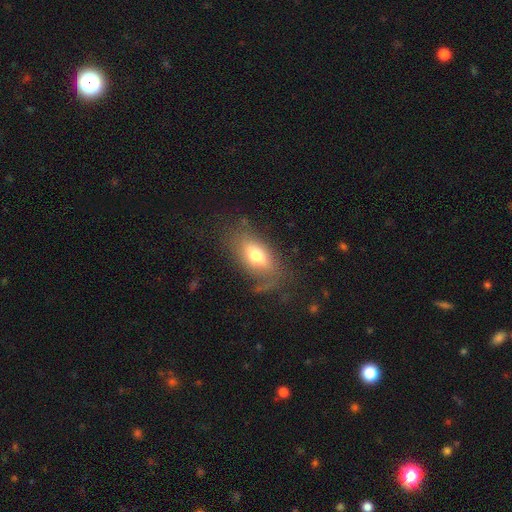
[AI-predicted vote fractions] Smooth or featured? Predicted: smooth (p=0.62). How rounded? Predicted: in between (p=0.84). Merging? Predicted: none (p=0.59).